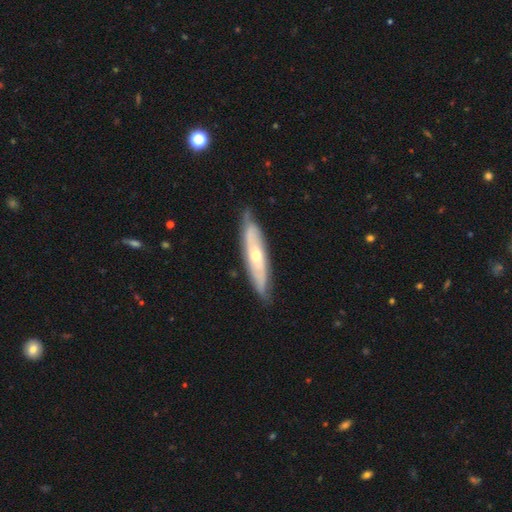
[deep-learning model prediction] smooth_or_featured: featured or disk (p=0.64) [alt: smooth p=0.31]
disk_edge_on: no (p=0.56) [alt: yes p=0.44]
merging: none (p=0.76) [alt: minor disturbance p=0.19]